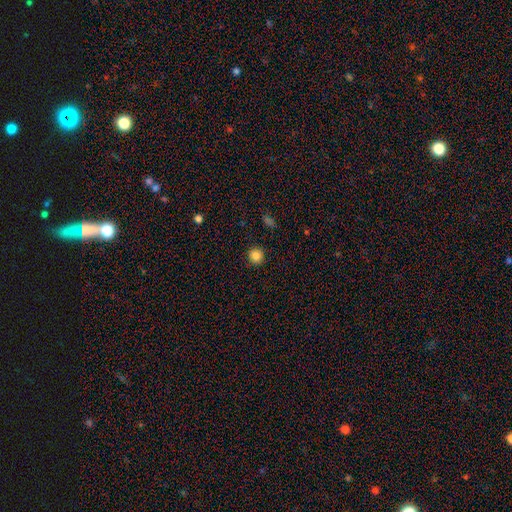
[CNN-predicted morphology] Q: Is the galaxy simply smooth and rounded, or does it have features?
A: smooth — 84%.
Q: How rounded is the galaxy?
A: round — 94%.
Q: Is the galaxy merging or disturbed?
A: none — 92%.